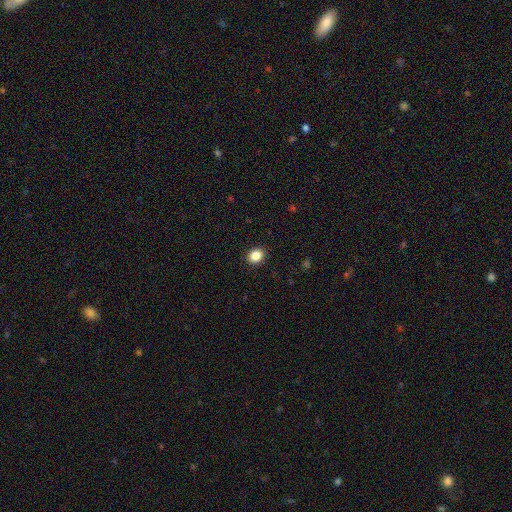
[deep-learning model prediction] smooth 86%, star or artifact 10%, featured or disk 4%. Down the decision tree: how rounded — round (56%); merging — none (91%).